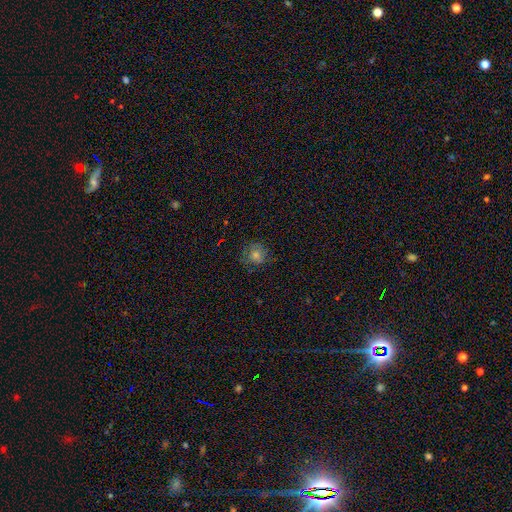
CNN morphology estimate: Overall: smooth (54%; featured or disk 27%). How rounded: round (88%). Merging: none (77%).